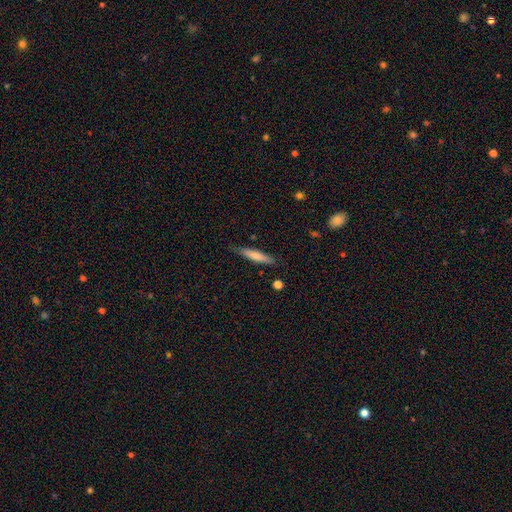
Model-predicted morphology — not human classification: This appears to be a smooth galaxy with no disk features (72%) that is cigar-shaped (89%). Merging: none (83%).